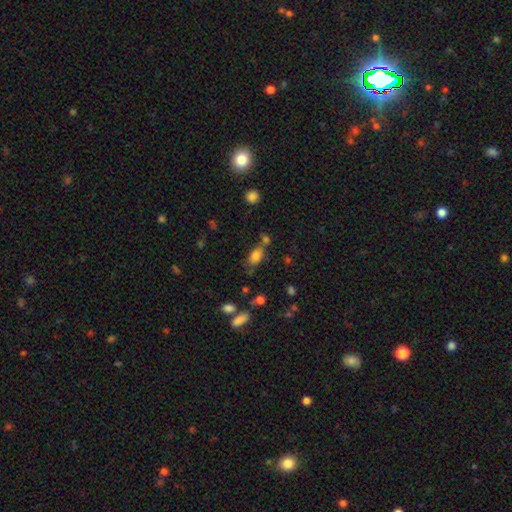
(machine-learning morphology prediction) smooth_or_featured: smooth (p=0.80) [alt: star or artifact p=0.11]
how_rounded: in between (p=0.86) [alt: round p=0.07]
merging: none (p=0.56) [alt: merger p=0.21]